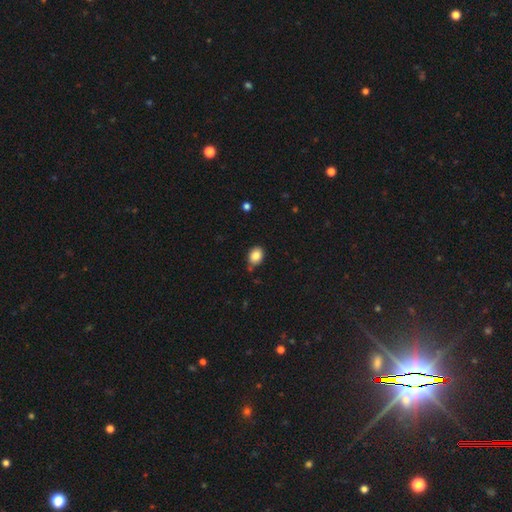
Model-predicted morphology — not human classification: The model was most divided on "how rounded": in between: 61%, round: 38%, cigar-shaped: 1%. More confident: smooth or featured — smooth (85%); merging — none (75%).